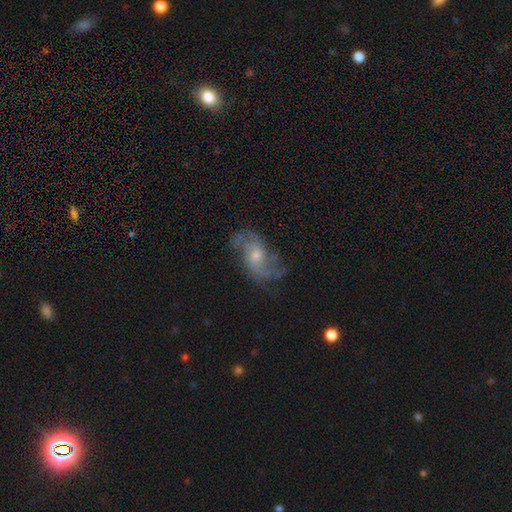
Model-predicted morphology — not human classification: Smooth or featured: featured or disk — 80% (smooth — 12%)
Edge-on disk: no — 96% (yes — 4%)
Bar: no — 62% (weak — 33%)
Spiral arms: yes — 92% (no — 8%)
Spiral winding: loose — 44% (medium — 41%)
Spiral arm count: 2 — 74% (can't tell — 12%)
Bulge size: small — 50% (moderate — 44%)
Merging: none — 66% (minor disturbance — 20%)